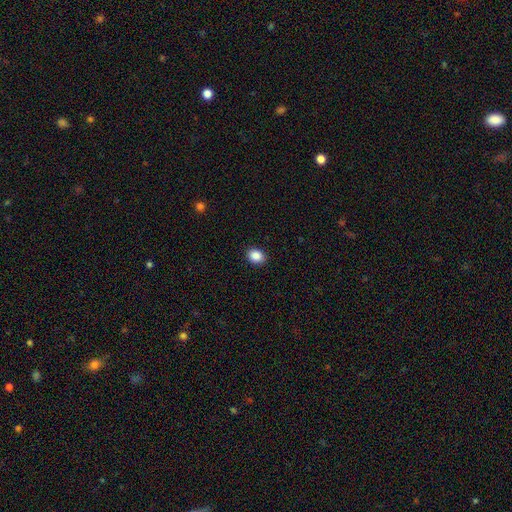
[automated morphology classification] Overall: smooth (88%). How rounded: in between (55%; round 44%). Merging: none (91%).